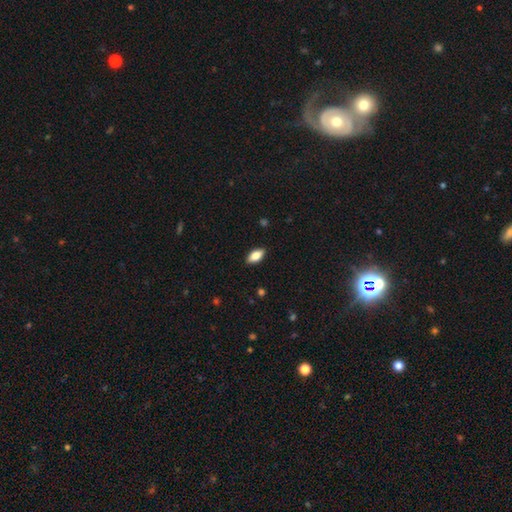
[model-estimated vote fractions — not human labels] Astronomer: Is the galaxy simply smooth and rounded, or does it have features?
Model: smooth — 75%.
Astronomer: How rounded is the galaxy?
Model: in between — 86%.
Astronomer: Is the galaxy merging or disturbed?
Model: none — 89%.